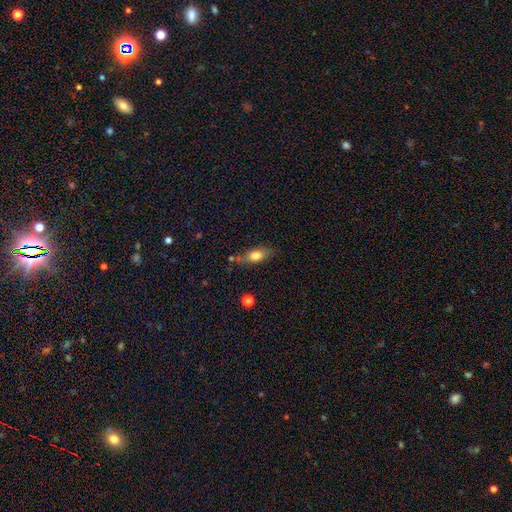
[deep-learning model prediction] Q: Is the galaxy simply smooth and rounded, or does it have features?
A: smooth — 75%.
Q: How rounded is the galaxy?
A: in between — 75%.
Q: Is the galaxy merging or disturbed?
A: none — 65%.